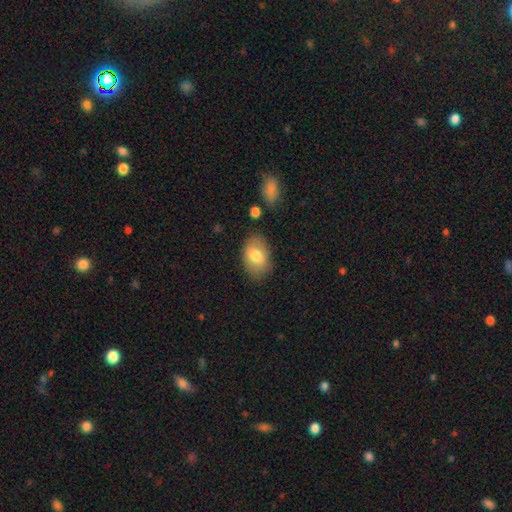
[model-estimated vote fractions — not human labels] smooth-or-featured: smooth: 75% | featured or disk: 18% | star or artifact: 7%
  how-rounded: in between: 88% | round: 11% | cigar-shaped: 1%
  merging: none: 78% | minor disturbance: 15% | major disturbance: 4% | merger: 3%